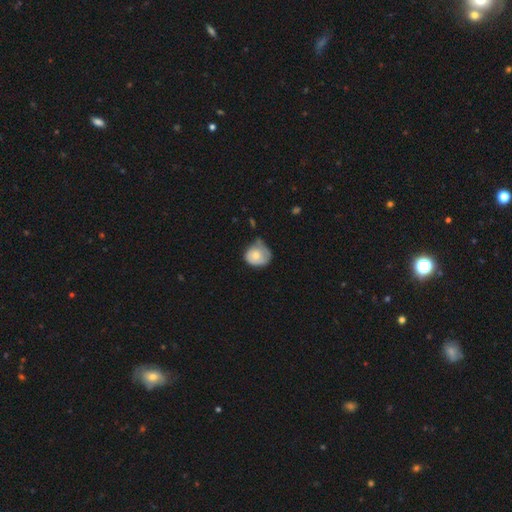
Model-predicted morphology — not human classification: This appears to be a smooth galaxy with no disk features (66%) that is round (69%). Merging: minor disturbance (44%).